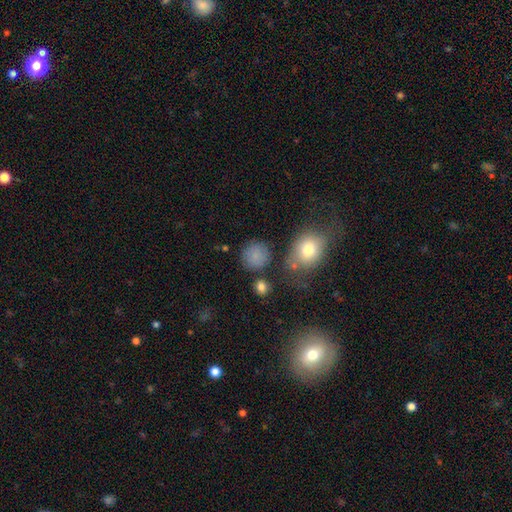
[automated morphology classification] type=smooth (83%); roundness=round (86%); merging=none (78%).